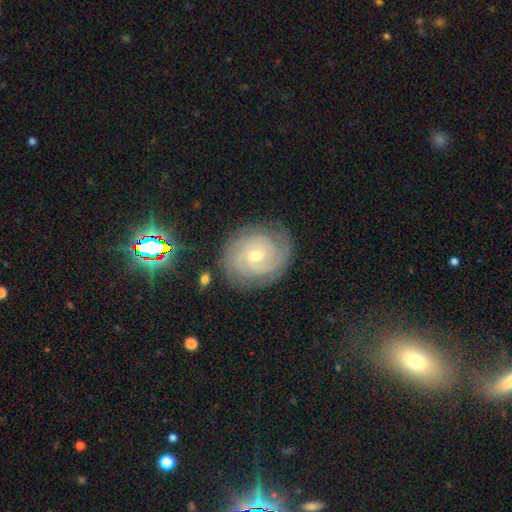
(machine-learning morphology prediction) smooth-or-featured: featured or disk: 87% | star or artifact: 7% | smooth: 6%
  disk-edge-on: no: 98% | yes: 2%
    bar: no: 67% | weak: 26% | strong: 8%
    has-spiral-arms: yes: 98% | no: 2%
      spiral-winding: tight: 84% | medium: 14% | loose: 2%
      spiral-arm-count: 2: 27% | 3: 24% | can't tell: 23% | 4: 14% | more than 4: 7% | 1: 6%
    bulge-size: small: 61% | moderate: 36% | large: 1% | none: 1% | dominant: 1%
  merging: none: 82% | minor disturbance: 12% | major disturbance: 4% | merger: 2%